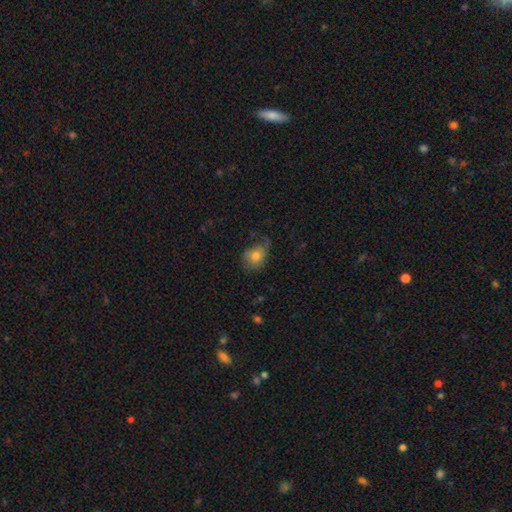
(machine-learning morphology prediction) type=smooth (73%); roundness=in between (53%); merging=none (40%).